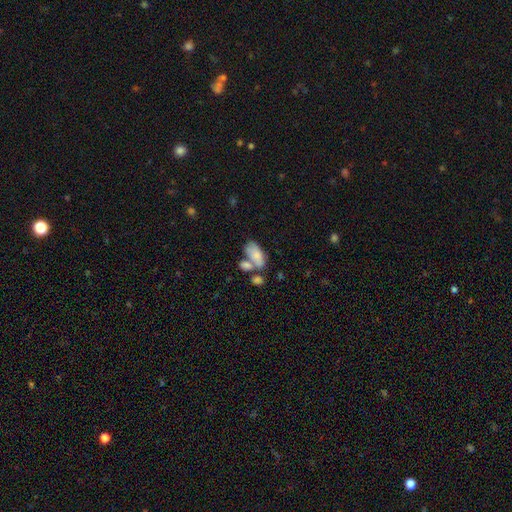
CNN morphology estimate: type=smooth (74%); roundness=in between (91%); merging=merger (43%).